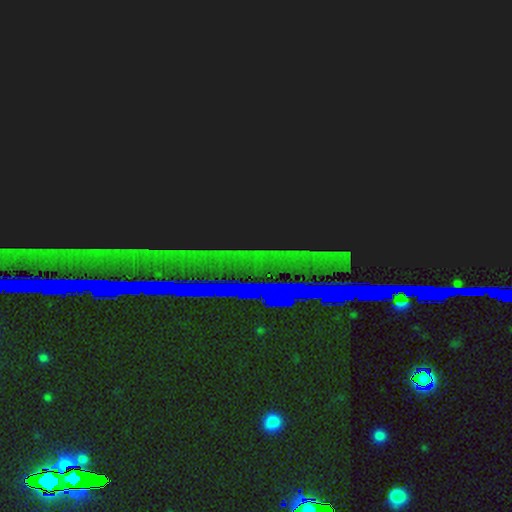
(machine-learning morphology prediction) This appears to be a star or artifact, not a galaxy (86%).